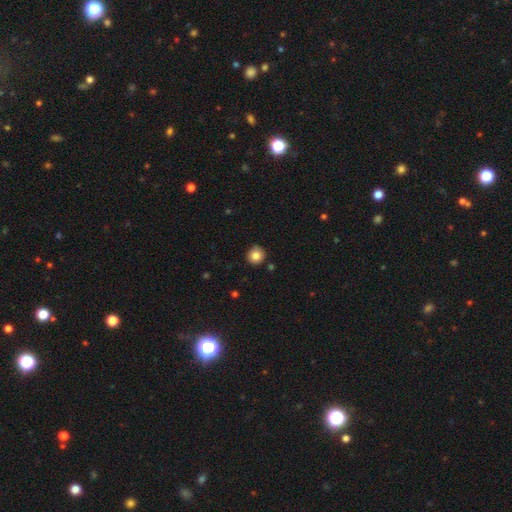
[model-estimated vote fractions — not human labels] Smooth or featured? Predicted: smooth (p=0.83). How rounded? Predicted: round (p=0.92). Merging? Predicted: none (p=0.88).